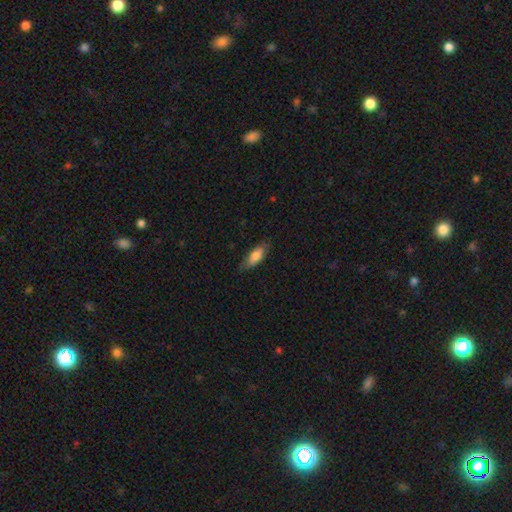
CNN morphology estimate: smooth 76%, featured or disk 17%, star or artifact 6%. Down the decision tree: how rounded — in between (71%); merging — none (79%).